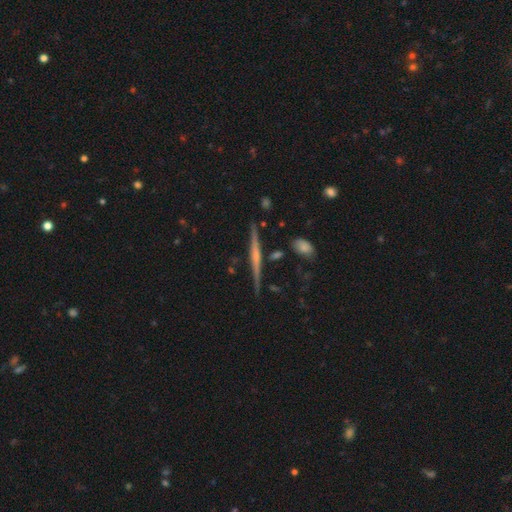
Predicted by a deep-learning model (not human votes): Overall: featured or disk (72%). Edge-on disk: yes (98%). Edge-on bulge: rounded (53%; none 34%). Merging: none (86%).